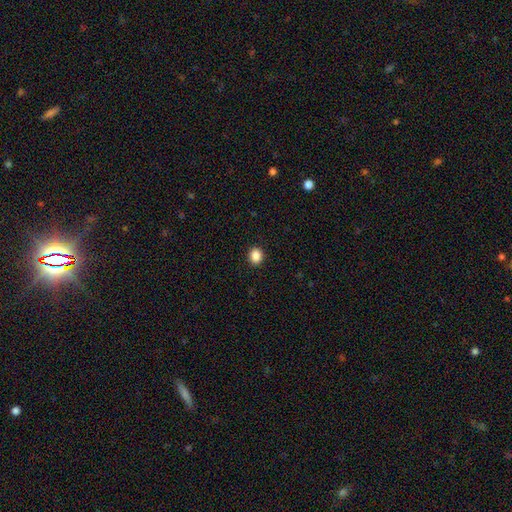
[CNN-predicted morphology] Smooth or featured? smooth (87%)
How rounded? round (64%)
Merging? none (91%)